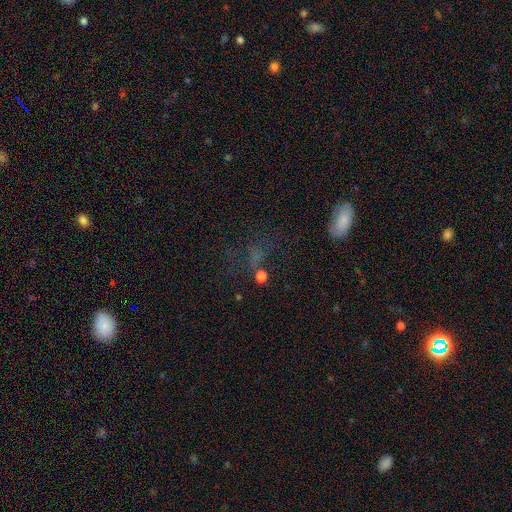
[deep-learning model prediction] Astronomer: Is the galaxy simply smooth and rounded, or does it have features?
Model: smooth — 42% (runner-up: star or artifact, 36%).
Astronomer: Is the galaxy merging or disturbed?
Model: none — 55%.